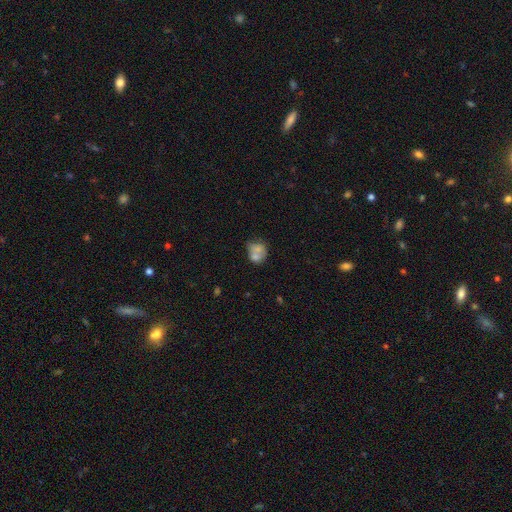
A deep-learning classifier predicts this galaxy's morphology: Smooth or featured?
  - smooth: 64% *
  - featured or disk: 26%
  - star or artifact: 9%
How rounded?
  - round: 58% *
  - in between: 41%
  - cigar-shaped: 1%
Merging?
  - merger: 52% *
  - none: 27%
  - minor disturbance: 13%
  - major disturbance: 8%